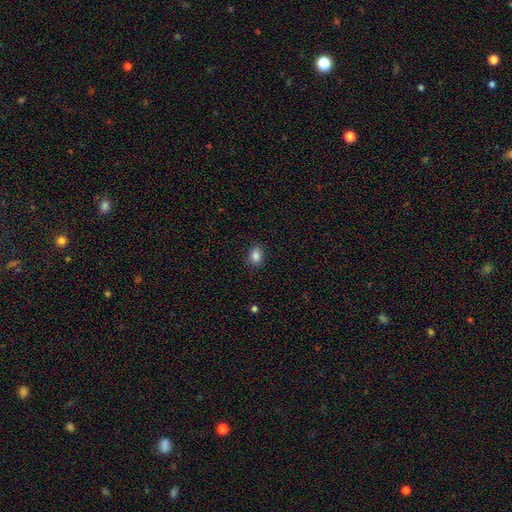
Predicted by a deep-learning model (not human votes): smooth 86%, star or artifact 10%, featured or disk 4%. Down the decision tree: how rounded — in between (67%); merging — none (87%).